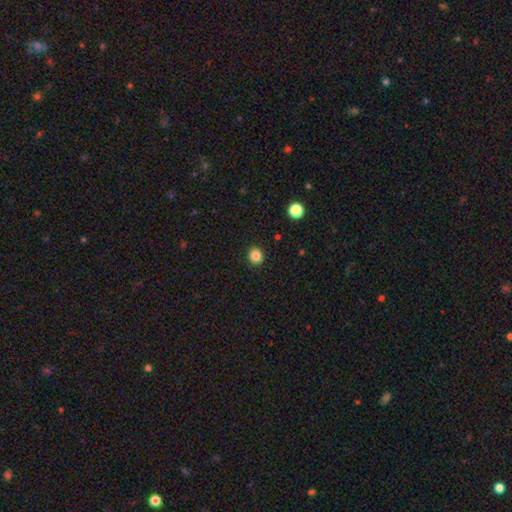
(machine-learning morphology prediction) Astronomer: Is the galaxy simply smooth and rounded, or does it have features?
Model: smooth — 84%.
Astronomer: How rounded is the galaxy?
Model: round — 87%.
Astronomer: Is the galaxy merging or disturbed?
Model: none — 92%.